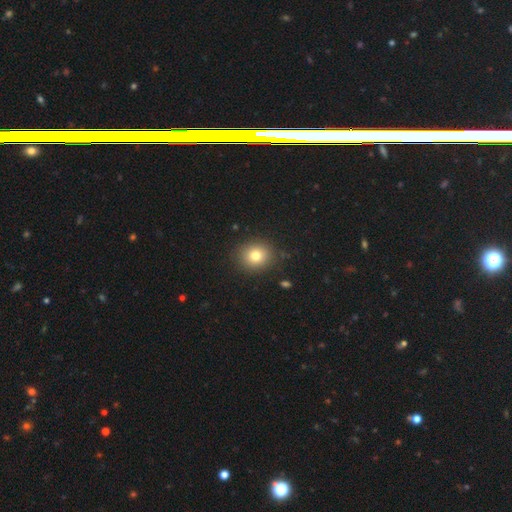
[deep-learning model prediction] Smooth or featured? Predicted: smooth (p=0.78). How rounded? Predicted: round (p=0.76). Merging? Predicted: none (p=0.87).